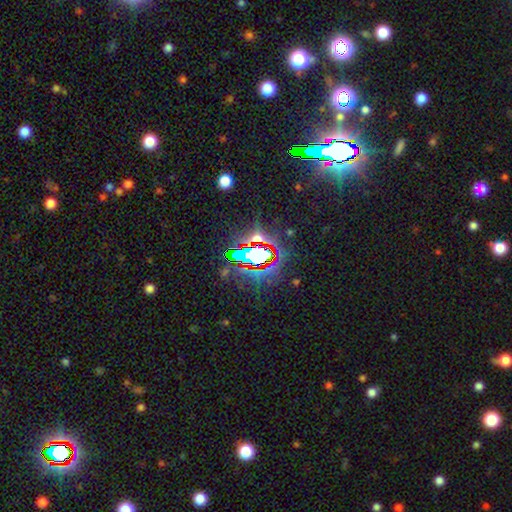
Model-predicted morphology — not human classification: smooth-or-featured: star or artifact: 72% | smooth: 15% | featured or disk: 13%